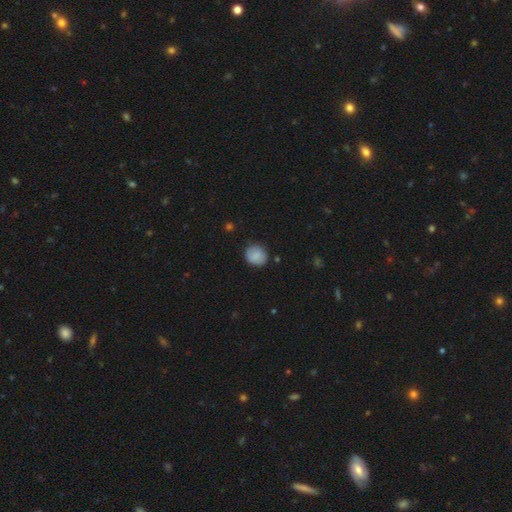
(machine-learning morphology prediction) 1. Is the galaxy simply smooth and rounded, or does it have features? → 83% smooth, 9% featured or disk, 8% star or artifact.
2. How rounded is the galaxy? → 86% round, 13% in between, 1% cigar-shaped.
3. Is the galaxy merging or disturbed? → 81% none, 14% minor disturbance, 3% major disturbance, 1% merger.